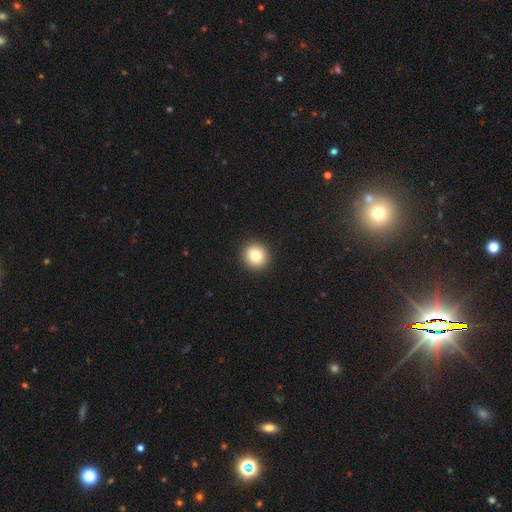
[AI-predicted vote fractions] smooth-or-featured: smooth: 80% | star or artifact: 10% | featured or disk: 10%
  how-rounded: round: 93% | in between: 6% | cigar-shaped: 1%
  merging: none: 93% | minor disturbance: 5% | major disturbance: 2% | merger: 1%